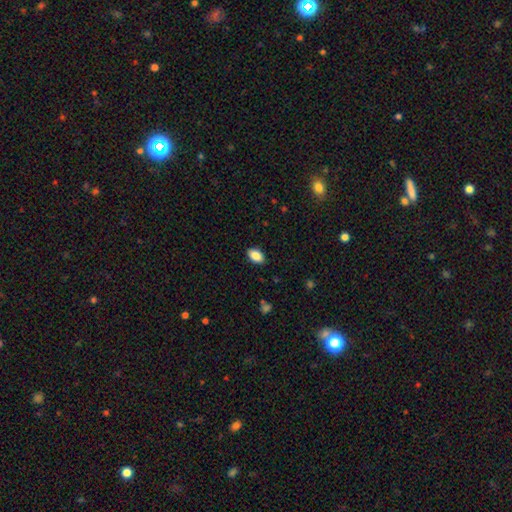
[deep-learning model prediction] This appears to be a smooth galaxy with no disk features (88%) that is in between round and cigar-shaped (91%). Merging: none (88%).